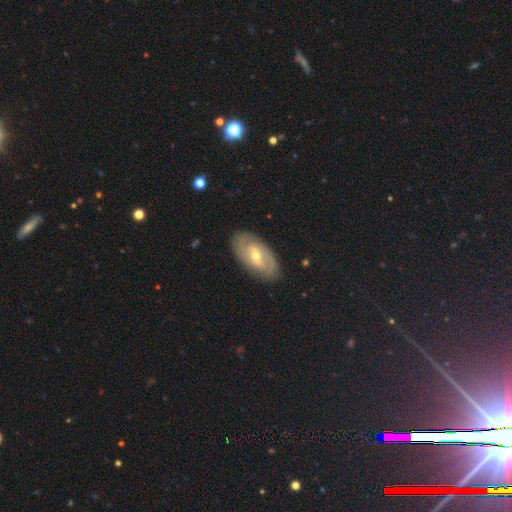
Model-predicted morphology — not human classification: type=featured or disk (71%); edge-on=no (90%); bar=weak (48%); spiral arms=yes (73%); bulge=moderate (52%); merging=none (84%).